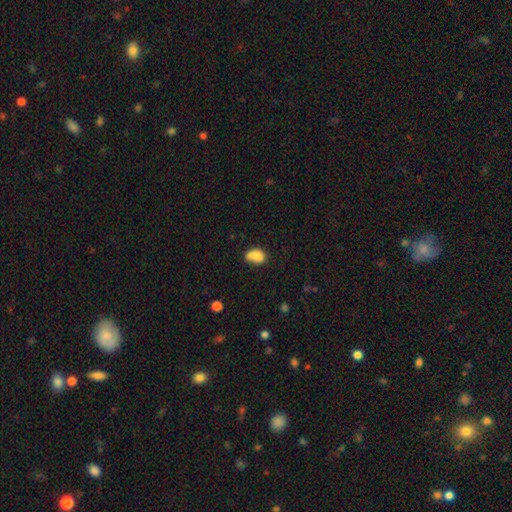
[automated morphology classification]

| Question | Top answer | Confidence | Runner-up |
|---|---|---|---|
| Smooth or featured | smooth | 77% | featured or disk (13%) |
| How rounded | in between | 76% | round (22%) |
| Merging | none | 39% | merger (25%) |